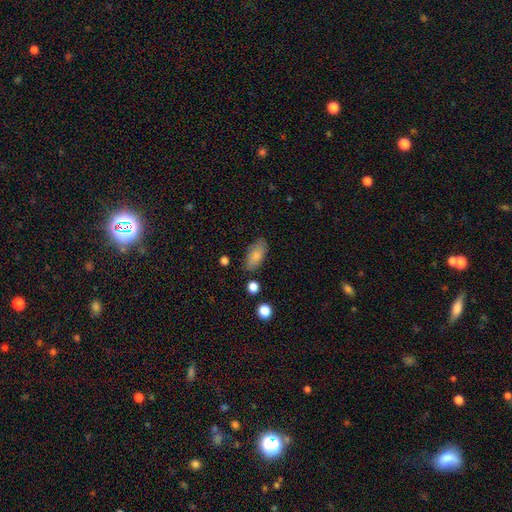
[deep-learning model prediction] The model was most divided on "merging": none: 80%, minor disturbance: 14%, major disturbance: 3%, merger: 3%. More confident: how rounded — in between (91%); smooth or featured — smooth (80%).